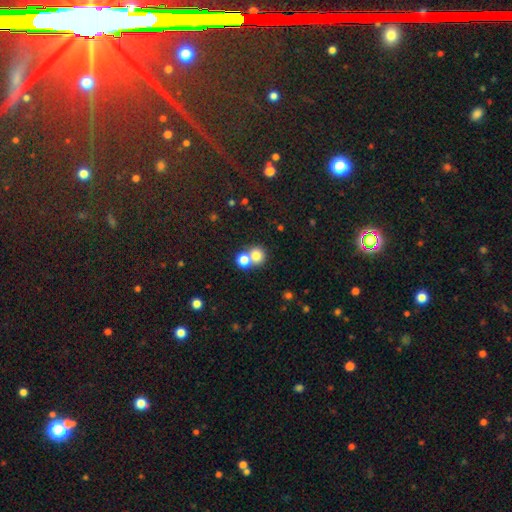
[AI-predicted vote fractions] Smooth or featured? smooth (77%)
How rounded? round (85%)
Merging? merger (46%)